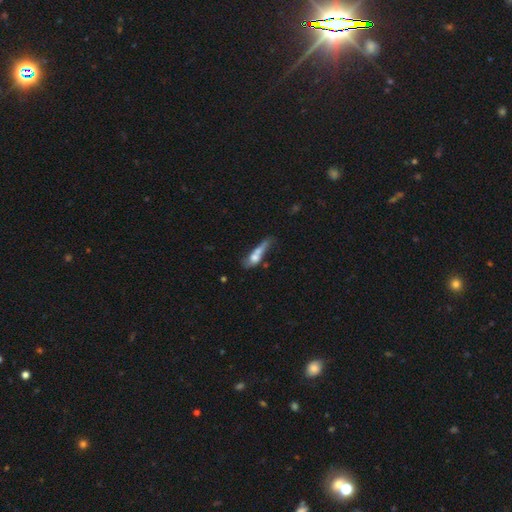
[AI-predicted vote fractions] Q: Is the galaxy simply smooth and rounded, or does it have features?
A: smooth — 56%.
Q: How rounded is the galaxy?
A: cigar-shaped — 53%.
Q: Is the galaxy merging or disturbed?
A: merger — 39%.